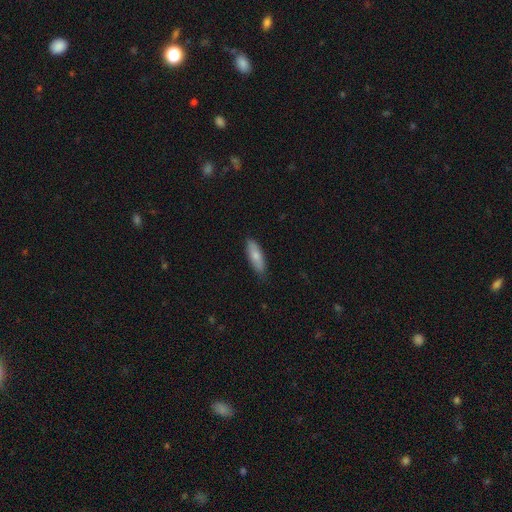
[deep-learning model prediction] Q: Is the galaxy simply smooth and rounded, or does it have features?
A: smooth — 77%.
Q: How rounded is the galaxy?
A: in between — 54%.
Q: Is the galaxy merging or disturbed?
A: none — 83%.